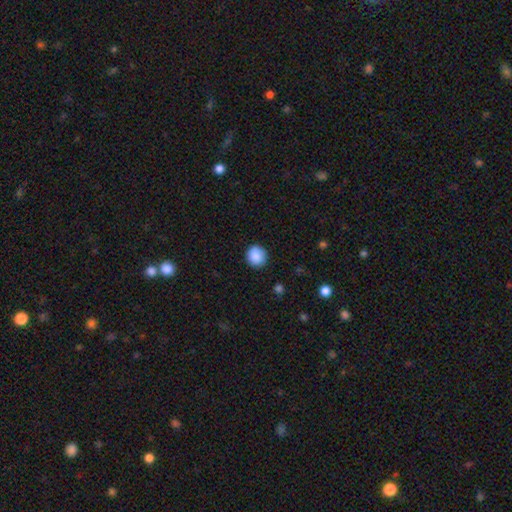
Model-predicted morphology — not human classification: smooth_or_featured: smooth (p=0.88) [alt: star or artifact p=0.08]
how_rounded: round (p=0.90) [alt: in between p=0.09]
merging: none (p=0.88) [alt: minor disturbance p=0.09]